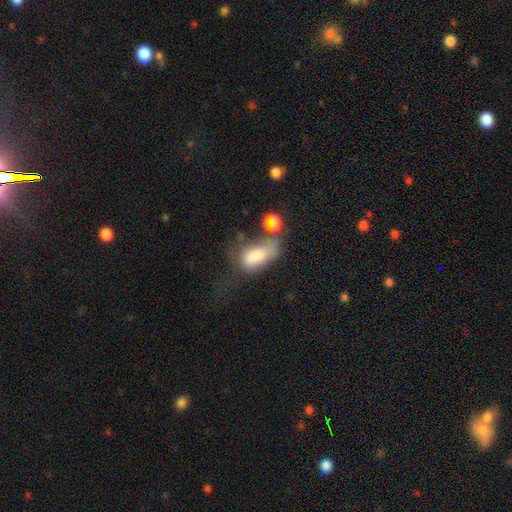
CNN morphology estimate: Smooth or featured? Predicted: smooth (p=0.68). How rounded? Predicted: in between (p=0.87). Merging? Predicted: major disturbance (p=0.35).